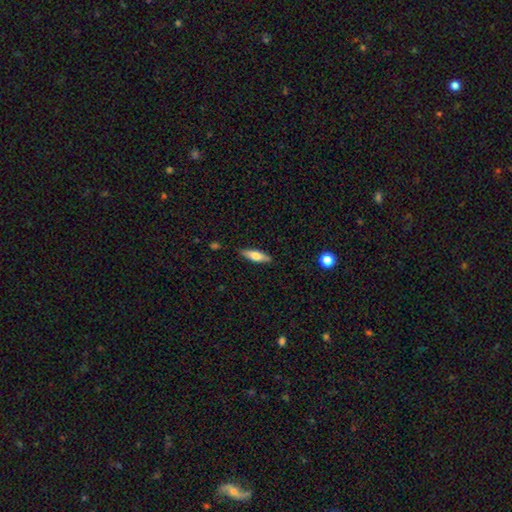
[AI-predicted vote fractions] A smooth galaxy with no disk features (62%) that is cigar-shaped (56%). Merging: none (87%).